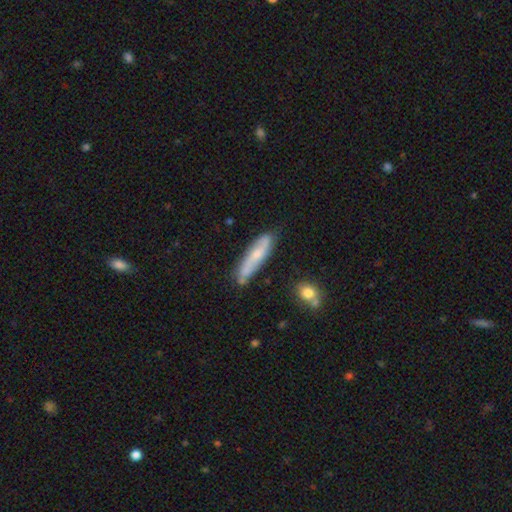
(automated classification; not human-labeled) Smooth or featured? Predicted: featured or disk (p=0.52). Edge-on disk? Predicted: no (p=0.60). Merging? Predicted: none (p=0.74).